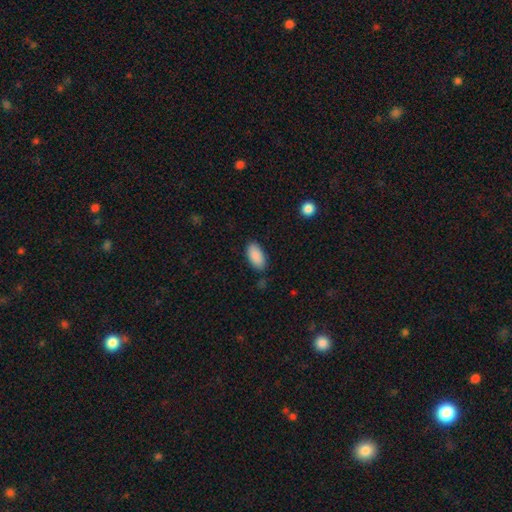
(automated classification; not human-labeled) Smooth or featured? smooth (90%)
How rounded? in between (93%)
Merging? none (83%)